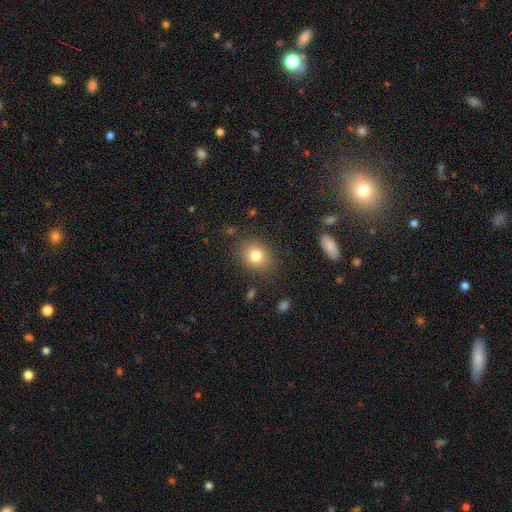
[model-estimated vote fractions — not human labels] Overall: smooth (80%). How rounded: round (64%; in between 35%). Merging: none (84%).